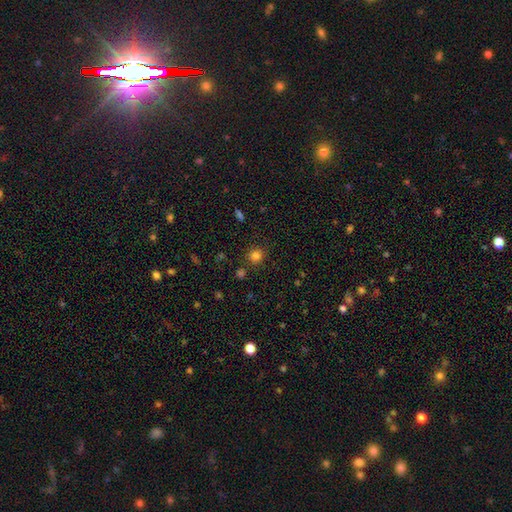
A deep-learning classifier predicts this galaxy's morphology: A smooth galaxy with no disk features (81%) that is round (90%).

Vote fractions:
- Smooth or featured? smooth: 81% / star or artifact: 14% / featured or disk: 5%
- How rounded? round: 90% / in between: 9% / cigar-shaped: 1%
- Merging? none: 85% / minor disturbance: 8% / merger: 4% / major disturbance: 3%